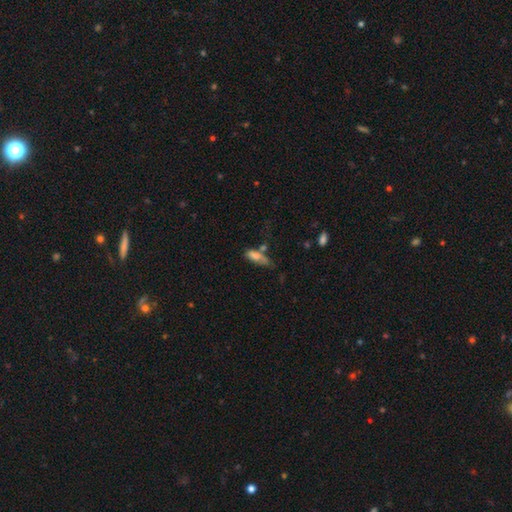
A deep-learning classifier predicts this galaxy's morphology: type=smooth (73%); roundness=in between (64%); merging=none (31%).